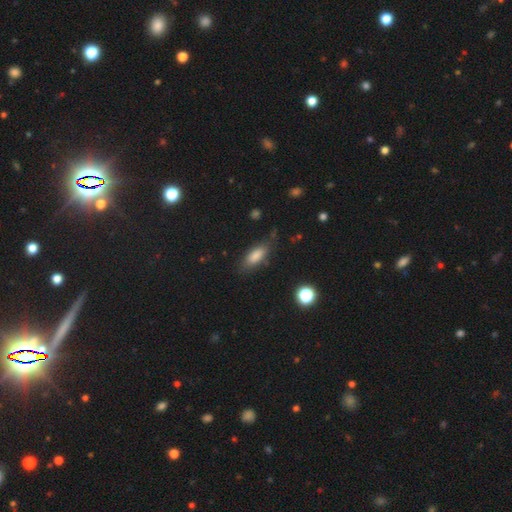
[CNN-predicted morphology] A smooth galaxy with no disk features (81%) that is in between round and cigar-shaped (77%). Merging: none (74%).